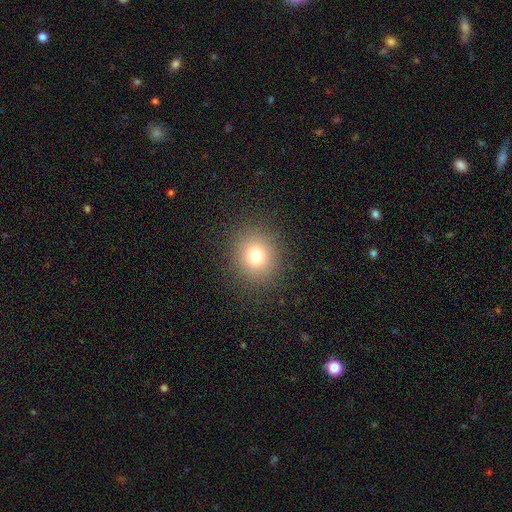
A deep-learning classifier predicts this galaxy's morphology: This is likely a smooth galaxy (75%). How rounded: clearly round (82%). Merging: clearly none (88%).